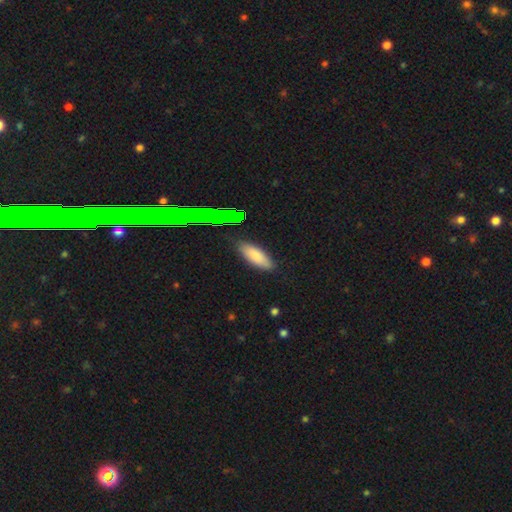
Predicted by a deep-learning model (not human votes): Smooth or featured?
  - smooth: 80% *
  - featured or disk: 11%
  - star or artifact: 9%
How rounded?
  - in between: 71% *
  - cigar-shaped: 27%
  - round: 2%
Merging?
  - none: 84% *
  - minor disturbance: 11%
  - major disturbance: 3%
  - merger: 3%